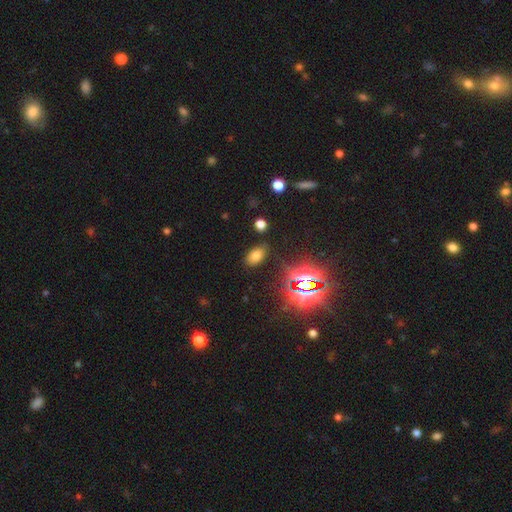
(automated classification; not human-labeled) Overall: smooth (65%; star or artifact 26%). How rounded: in between (90%). Merging: none (85%).